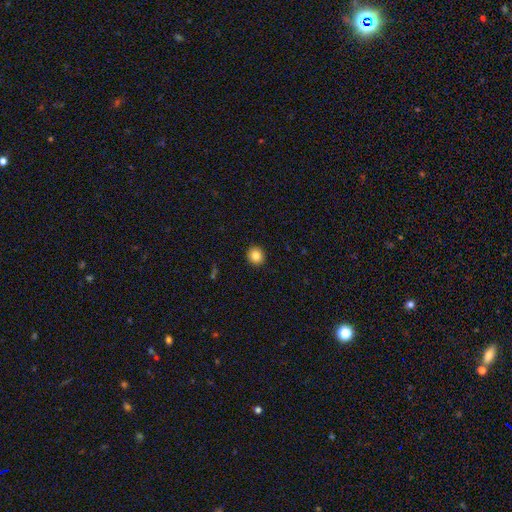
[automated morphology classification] Smooth or featured? Predicted: smooth (p=0.84). How rounded? Predicted: round (p=0.88). Merging? Predicted: none (p=0.92).